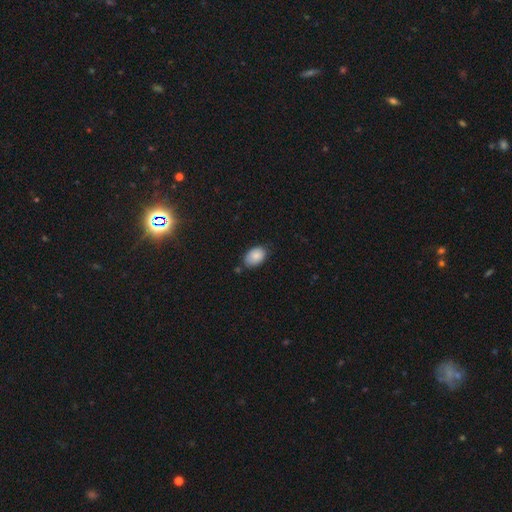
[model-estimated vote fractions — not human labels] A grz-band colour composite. It shows a smooth galaxy with no disk features (86%) that is in between round and cigar-shaped (89%). Merging: none (70%).